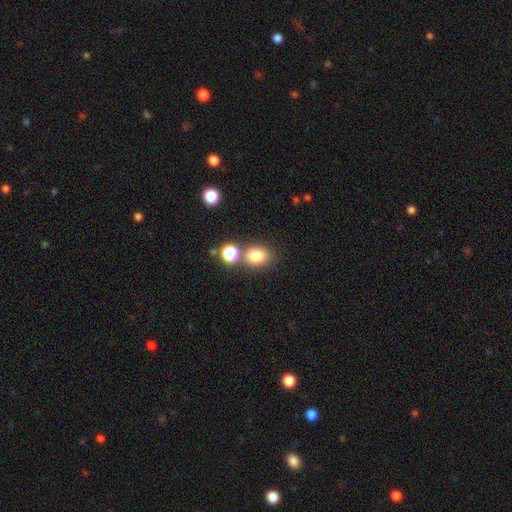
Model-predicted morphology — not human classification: Overall: smooth (80%). How rounded: in between (56%; round 43%). Merging: none (66%).